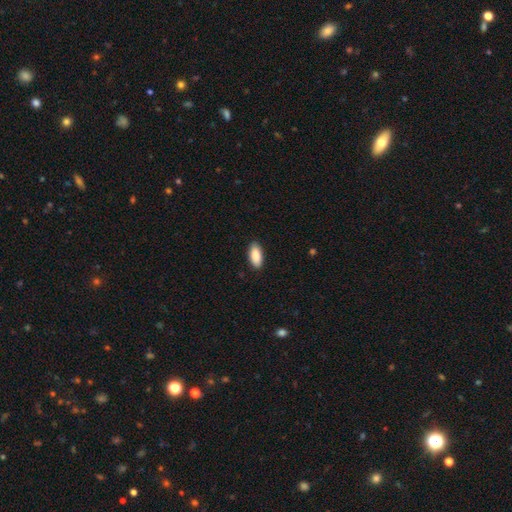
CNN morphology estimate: Q: Smooth or featured?
A: smooth (90%); runner-up: star or artifact (6%)
Q: How rounded?
A: in between (89%); runner-up: cigar-shaped (9%)
Q: Merging?
A: none (89%); runner-up: minor disturbance (9%)